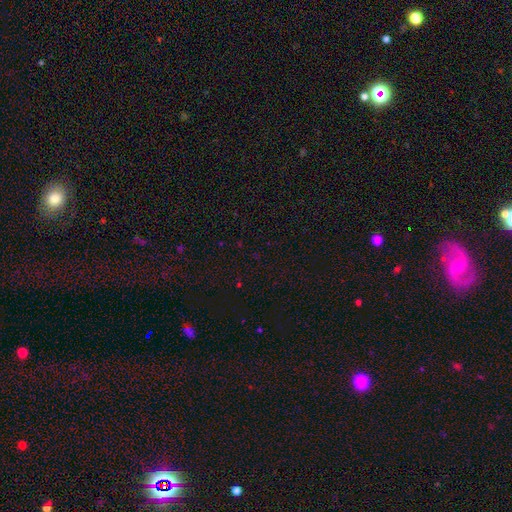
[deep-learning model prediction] A star or artifact, not a galaxy (68%).

Vote fractions:
- Smooth or featured? star or artifact: 68% / smooth: 25% / featured or disk: 7%